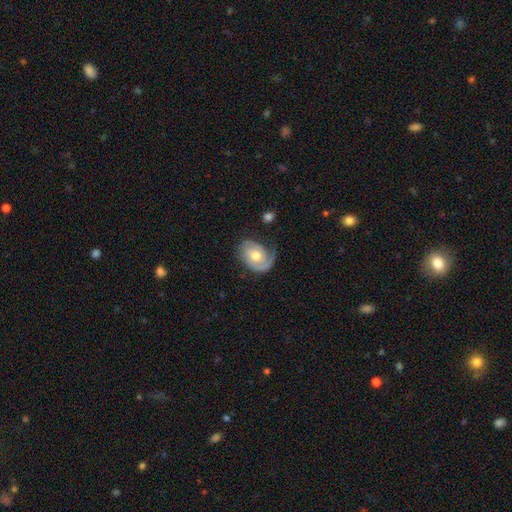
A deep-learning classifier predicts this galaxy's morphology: Q: Smooth or featured?
A: featured or disk (72%); runner-up: smooth (22%)
Q: Edge-on disk?
A: no (97%); runner-up: yes (3%)
Q: Bar?
A: no (73%); runner-up: weak (23%)
Q: Spiral arms?
A: yes (90%); runner-up: no (10%)
Q: Spiral winding?
A: tight (45%); runner-up: medium (35%)
Q: Spiral arm count?
A: 1 (49%); runner-up: 2 (36%)
Q: Bulge size?
A: moderate (72%); runner-up: small (17%)
Q: Merging?
A: none (56%); runner-up: minor disturbance (25%)